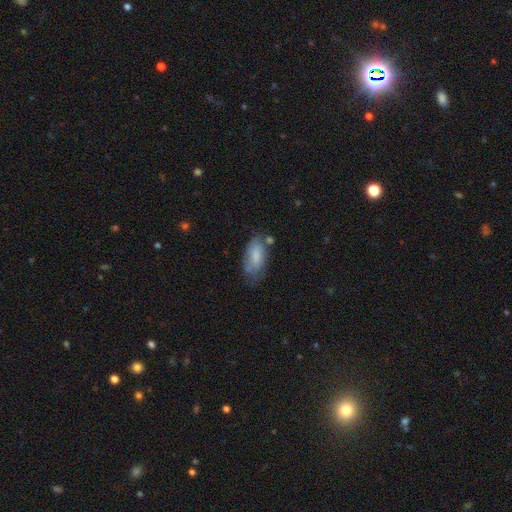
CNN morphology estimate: Overall: smooth (77%). How rounded: in between (88%). Merging: none (53%; minor disturbance 29%).